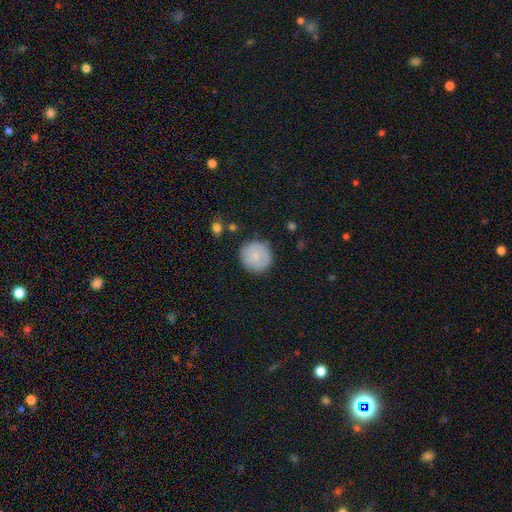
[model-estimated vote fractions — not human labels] Smooth or featured?
  - smooth: 78% *
  - featured or disk: 14%
  - star or artifact: 7%
How rounded?
  - round: 94% *
  - in between: 5%
  - cigar-shaped: 1%
Merging?
  - none: 84% *
  - minor disturbance: 11%
  - major disturbance: 3%
  - merger: 2%